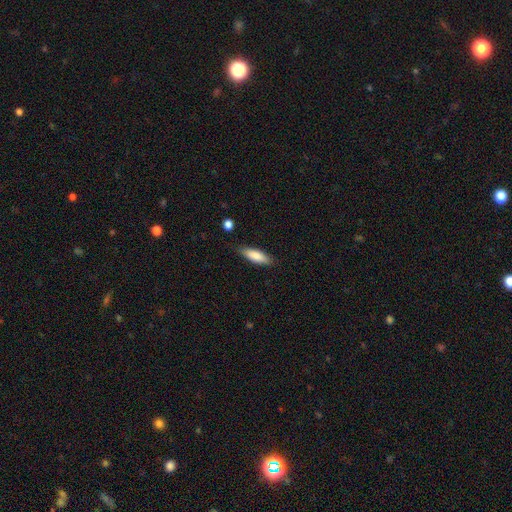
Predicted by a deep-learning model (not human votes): Smooth or featured: smooth — 81% (featured or disk — 13%)
How rounded: cigar-shaped — 49% (tied with in between — 49%)
Merging: none — 84% (minor disturbance — 12%)